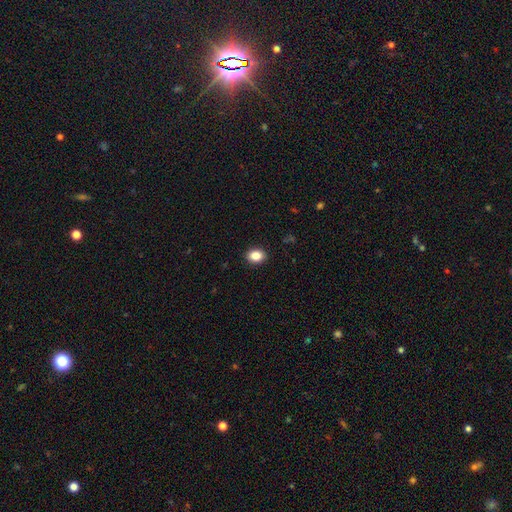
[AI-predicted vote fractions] smooth-or-featured: smooth: 86% | star or artifact: 9% | featured or disk: 4%
  how-rounded: in between: 63% | round: 36% | cigar-shaped: 1%
  merging: none: 90% | minor disturbance: 7% | major disturbance: 2% | merger: 1%